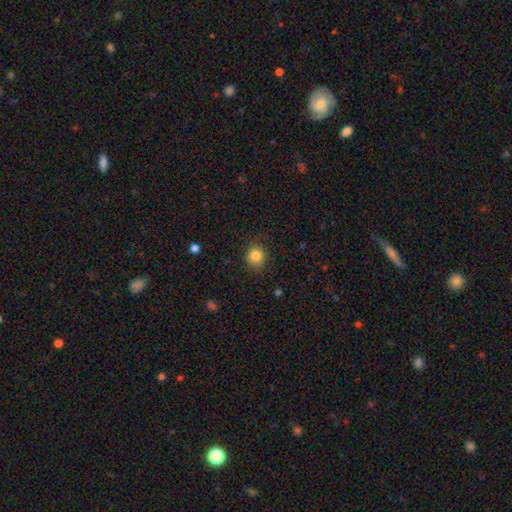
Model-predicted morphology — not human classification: Smooth or featured? Predicted: smooth (p=0.84). How rounded? Predicted: round (p=0.82). Merging? Predicted: none (p=0.86).